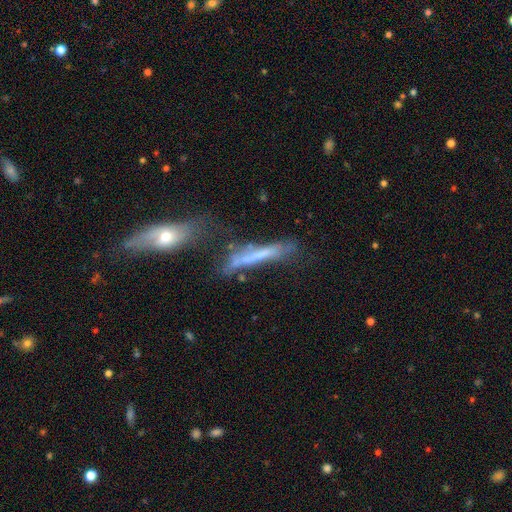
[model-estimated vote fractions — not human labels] smooth_or_featured: smooth (p=0.46) [alt: featured or disk p=0.45]
merging: none (p=0.46) [alt: minor disturbance p=0.23]